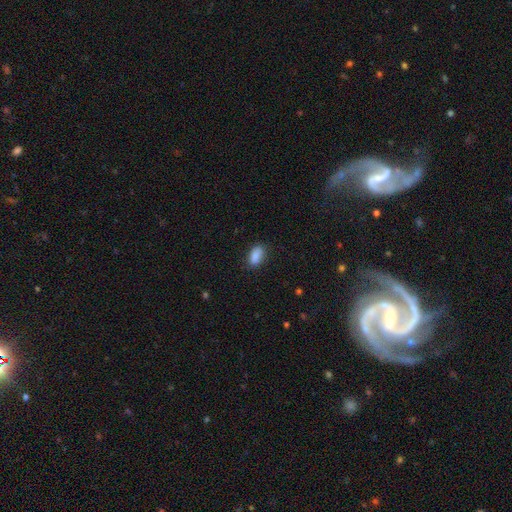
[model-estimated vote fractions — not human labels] Smooth or featured: smooth — 89% (star or artifact — 8%)
How rounded: in between — 90% (round — 5%)
Merging: none — 82% (minor disturbance — 14%)